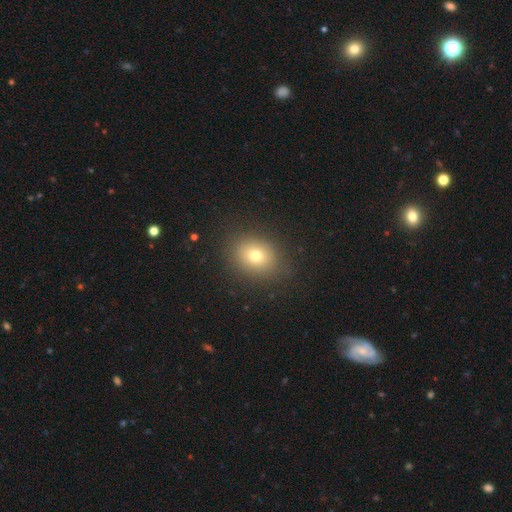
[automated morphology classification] A smooth galaxy with no disk features (74%) that is round (57%). Merging: none (87%).